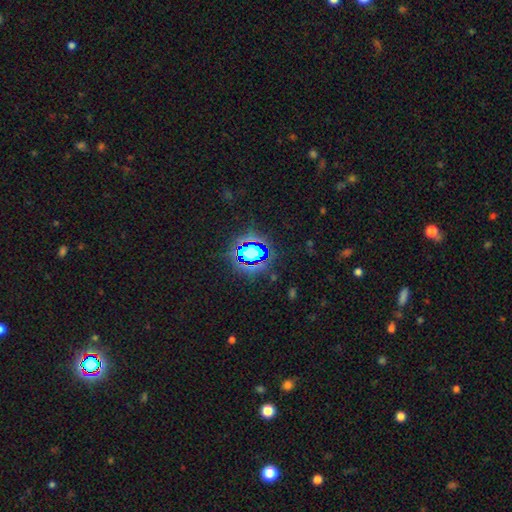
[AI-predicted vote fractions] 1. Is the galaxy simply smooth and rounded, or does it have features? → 76% star or artifact, 16% smooth, 8% featured or disk.